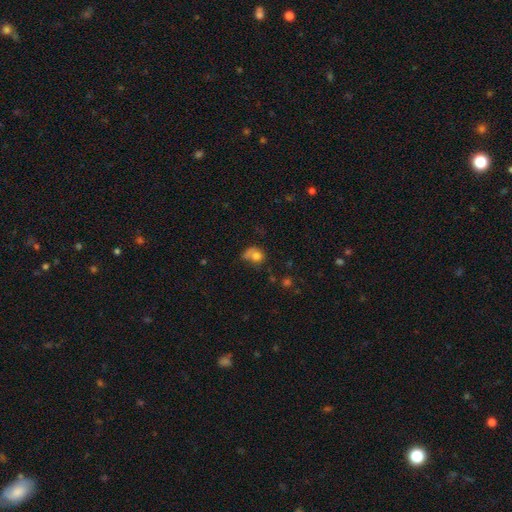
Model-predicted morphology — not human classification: smooth-or-featured: smooth: 72% | featured or disk: 16% | star or artifact: 12%
  how-rounded: round: 58% | in between: 40% | cigar-shaped: 1%
  merging: none: 33% | major disturbance: 25% | minor disturbance: 25% | merger: 17%